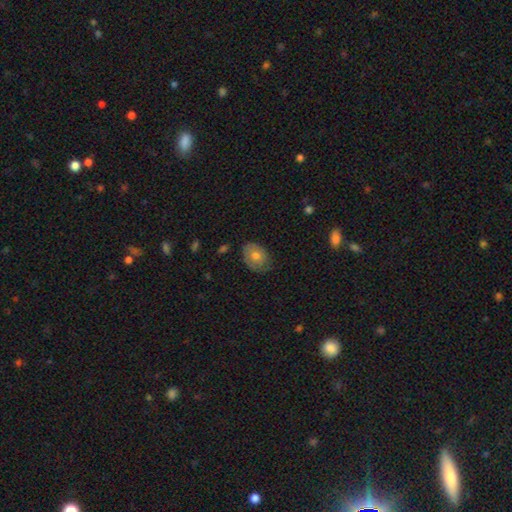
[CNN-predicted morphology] A smooth galaxy with no disk features (64%) that is in between round and cigar-shaped (64%).

Vote fractions:
- Smooth or featured? smooth: 64% / featured or disk: 28% / star or artifact: 8%
- How rounded? in between: 64% / round: 35% / cigar-shaped: 1%
- Merging? none: 75% / minor disturbance: 20% / major disturbance: 4% / merger: 1%